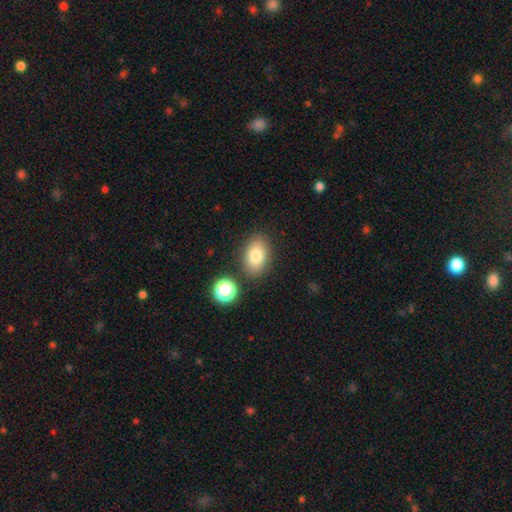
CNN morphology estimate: A smooth galaxy with no disk features (80%) that is in between round and cigar-shaped (85%).

Vote fractions:
- Smooth or featured? smooth: 80% / featured or disk: 10% / star or artifact: 9%
- How rounded? in between: 85% / round: 14% / cigar-shaped: 1%
- Merging? none: 83% / minor disturbance: 10% / merger: 4% / major disturbance: 3%